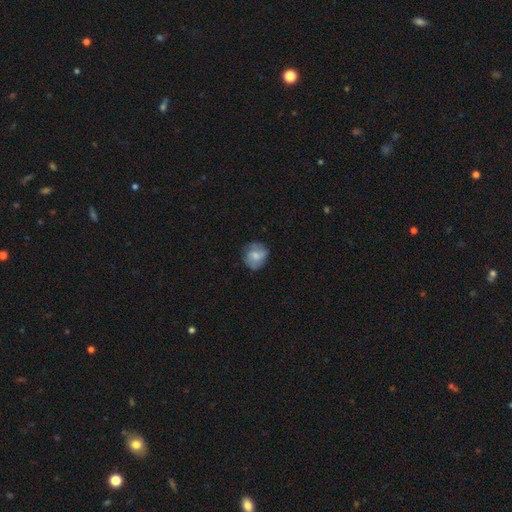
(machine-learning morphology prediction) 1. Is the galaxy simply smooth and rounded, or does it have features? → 64% smooth, 29% featured or disk, 7% star or artifact.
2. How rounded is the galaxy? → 78% round, 21% in between, 1% cigar-shaped.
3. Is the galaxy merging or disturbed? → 71% none, 22% minor disturbance, 7% major disturbance, 1% merger.